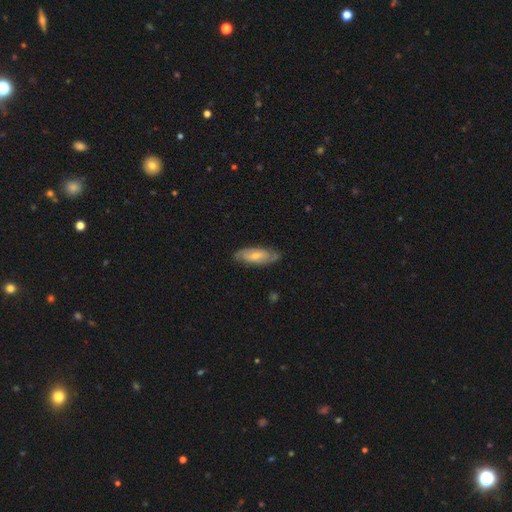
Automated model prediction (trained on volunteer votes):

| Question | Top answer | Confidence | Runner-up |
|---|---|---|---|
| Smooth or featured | featured or disk | 53% | smooth (41%) |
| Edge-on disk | no | 85% | yes (15%) |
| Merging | none | 75% | minor disturbance (19%) |